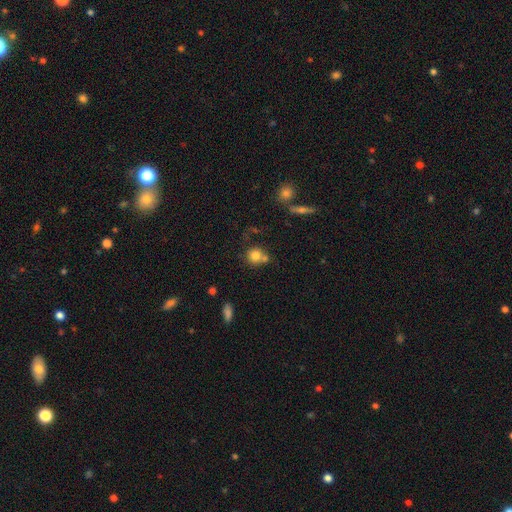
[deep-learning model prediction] Smooth or featured? Predicted: smooth (p=0.78). How rounded? Predicted: round (p=0.86). Merging? Predicted: none (p=0.53).